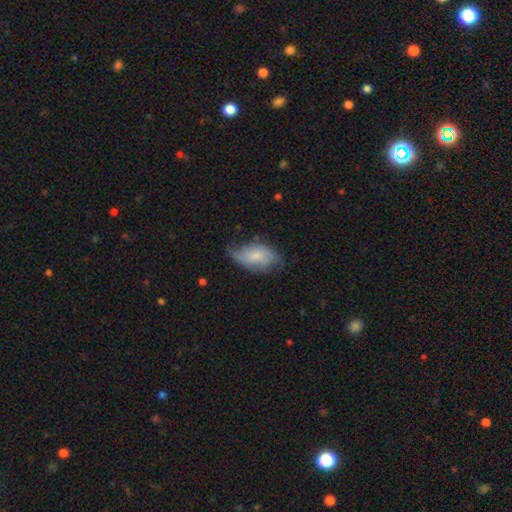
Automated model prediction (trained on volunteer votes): The model was most divided on "merging": none: 45%, minor disturbance: 37%, major disturbance: 16%, merger: 2%. More confident: how rounded — in between (92%); smooth or featured — smooth (54%).